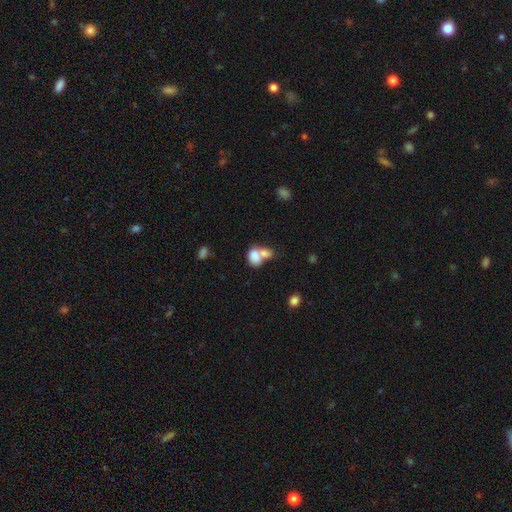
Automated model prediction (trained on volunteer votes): A smooth galaxy with no disk features (77%) that is in between round and cigar-shaped (75%).

Vote fractions:
- Smooth or featured? smooth: 77% / featured or disk: 14% / star or artifact: 9%
- How rounded? in between: 75% / round: 24% / cigar-shaped: 1%
- Merging? merger: 67% / none: 20% / minor disturbance: 7% / major disturbance: 5%